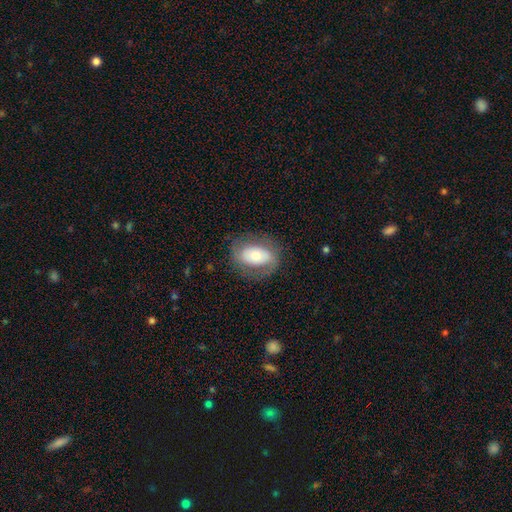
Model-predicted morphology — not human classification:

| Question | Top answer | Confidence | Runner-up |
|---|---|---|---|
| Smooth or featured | smooth | 55% | featured or disk (38%) |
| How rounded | in between | 85% | round (13%) |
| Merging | none | 74% | minor disturbance (16%) |